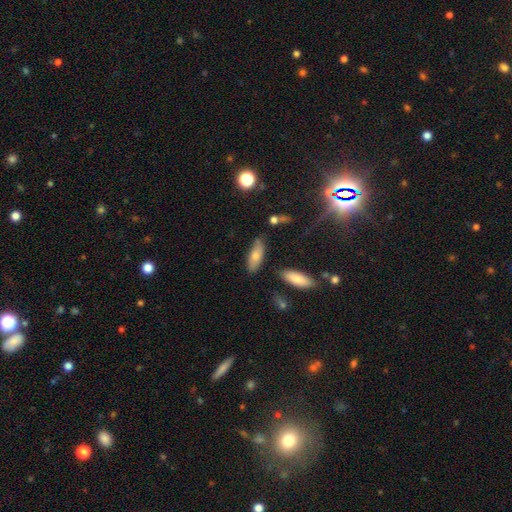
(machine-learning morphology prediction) type=smooth (74%); roundness=in between (74%); merging=none (71%).